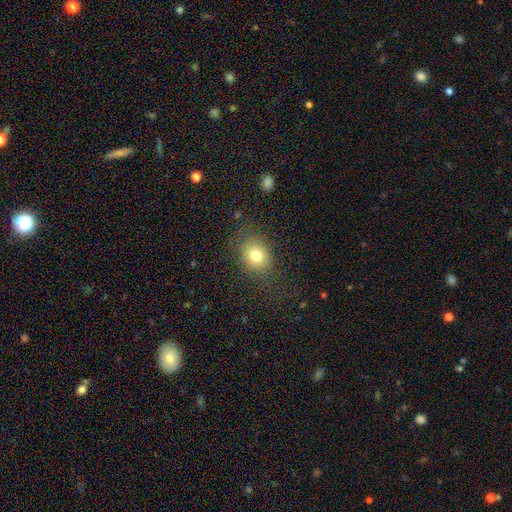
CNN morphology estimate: smooth-or-featured: smooth: 77% | star or artifact: 13% | featured or disk: 11%
  how-rounded: round: 60% | in between: 39% | cigar-shaped: 1%
  merging: none: 78% | minor disturbance: 13% | major disturbance: 8% | merger: 1%